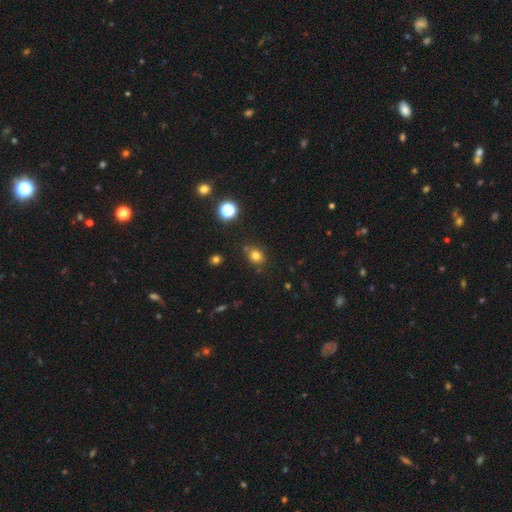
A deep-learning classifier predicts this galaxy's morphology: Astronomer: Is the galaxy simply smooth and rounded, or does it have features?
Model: smooth — 76%.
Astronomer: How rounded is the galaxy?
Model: round — 66%.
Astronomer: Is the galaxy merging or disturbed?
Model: none — 76%.